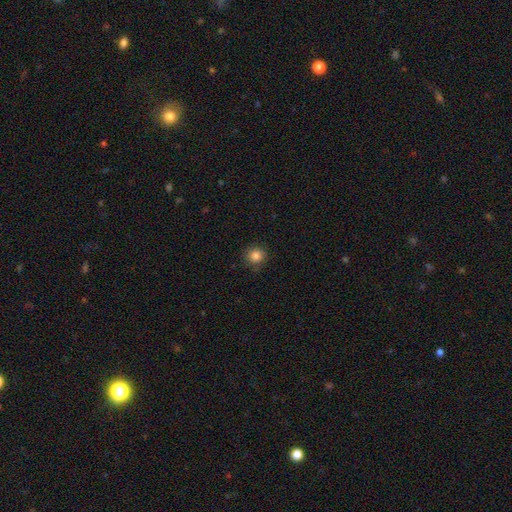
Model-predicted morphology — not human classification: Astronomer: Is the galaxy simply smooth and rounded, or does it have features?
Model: smooth — 85%.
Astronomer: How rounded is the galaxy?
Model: round — 93%.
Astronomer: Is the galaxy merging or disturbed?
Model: none — 89%.